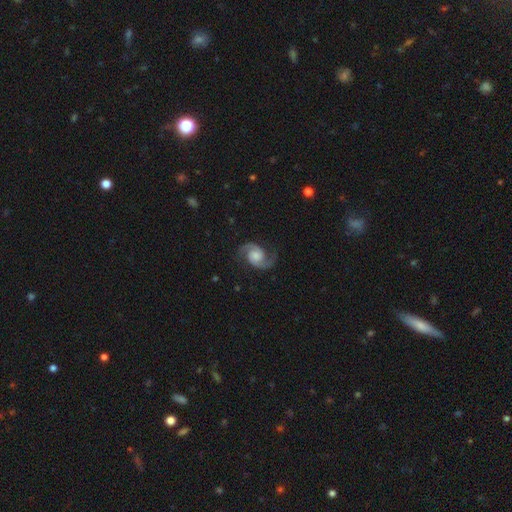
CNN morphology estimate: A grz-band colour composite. It shows a featured or disk galaxy (92%) with no bar (62%), 2 (94%) medium (58%) spiral arms (98%) and a moderate central bulge (37%). Merging: none (82%).